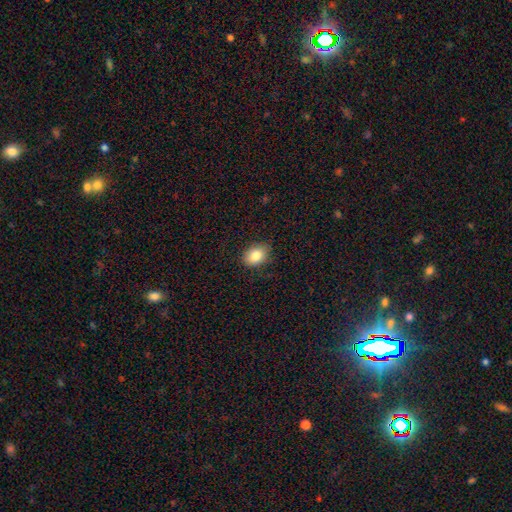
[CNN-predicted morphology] The model was most divided on "how rounded": in between: 73%, round: 26%, cigar-shaped: 1%. More confident: smooth or featured — smooth (84%); merging — none (83%).